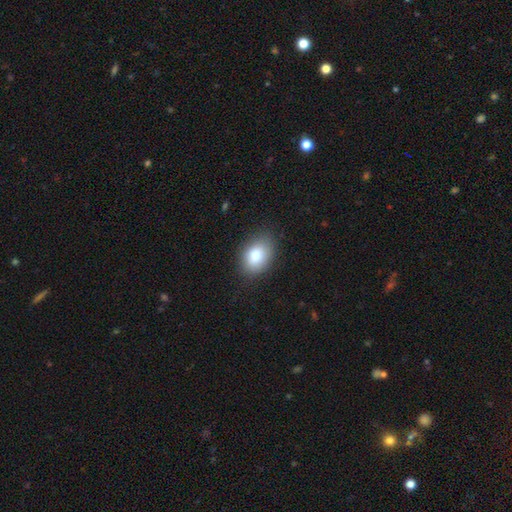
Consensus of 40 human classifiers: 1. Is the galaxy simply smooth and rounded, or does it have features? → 82% smooth, 12% star or artifact, 5% featured or disk.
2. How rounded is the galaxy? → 79% in between, 15% round, 6% cigar-shaped.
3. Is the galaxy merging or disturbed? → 77% none, 20% minor disturbance, 3% merger, 0% major disturbance.